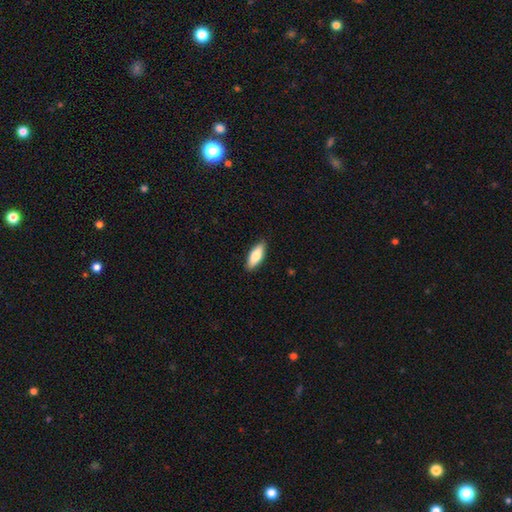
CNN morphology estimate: smooth-or-featured: smooth: 77% | featured or disk: 18% | star or artifact: 6%
  how-rounded: in between: 65% | cigar-shaped: 33% | round: 2%
  merging: none: 88% | minor disturbance: 9% | major disturbance: 2% | merger: 1%